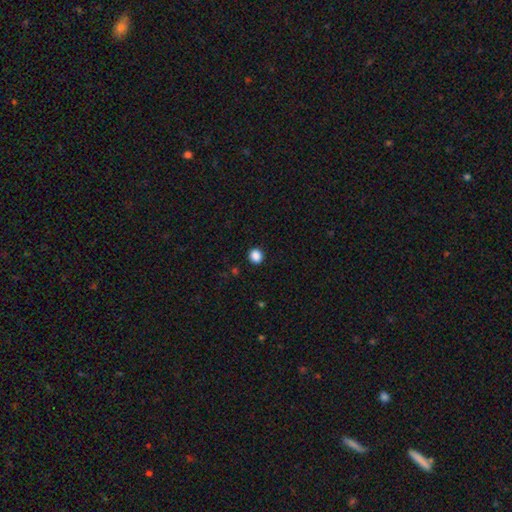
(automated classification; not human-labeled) Morphology: type=smooth (87%); roundness=round (83%); merging=none (92%).